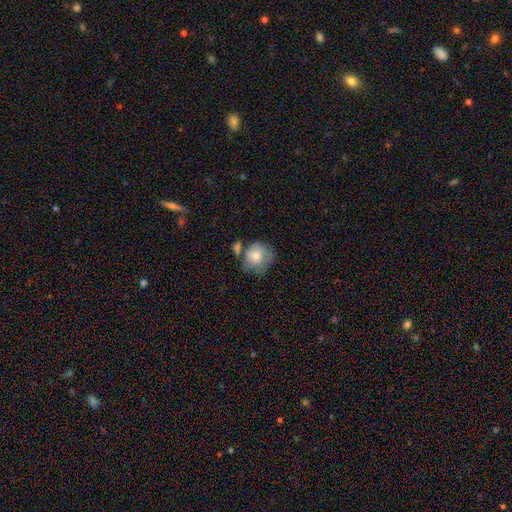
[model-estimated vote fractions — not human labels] smooth_or_featured: smooth (p=0.77) [alt: featured or disk p=0.16]
how_rounded: round (p=0.81) [alt: in between p=0.18]
merging: none (p=0.47) [alt: minor disturbance p=0.23]